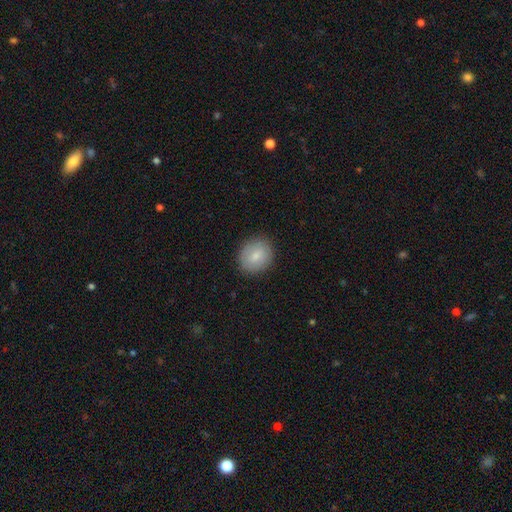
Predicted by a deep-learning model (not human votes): Smooth or featured: smooth — 78% (featured or disk — 15%)
How rounded: round — 73% (in between — 26%)
Merging: none — 87% (minor disturbance — 10%)